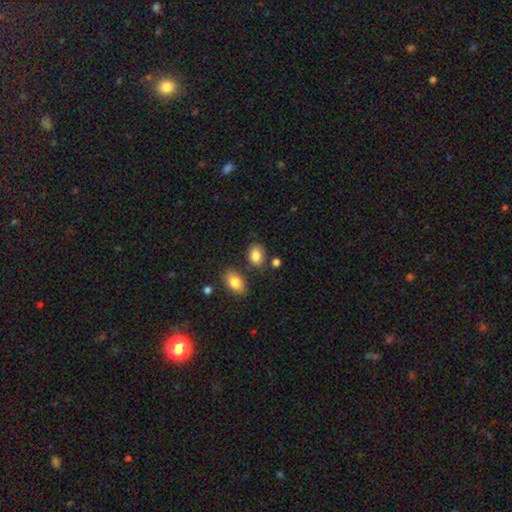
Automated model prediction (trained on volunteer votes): This appears to be a smooth galaxy with no disk features (85%) that is in between round and cigar-shaped (75%). Merging: none (75%).